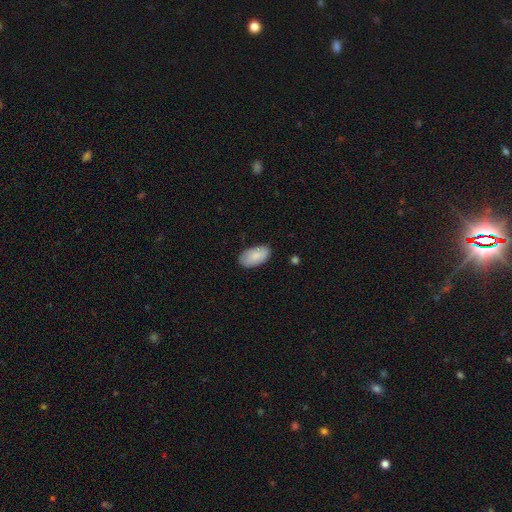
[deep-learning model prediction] smooth_or_featured: smooth (p=0.87) [alt: featured or disk p=0.07]
how_rounded: in between (p=0.95) [alt: round p=0.02]
merging: none (p=0.84) [alt: minor disturbance p=0.13]